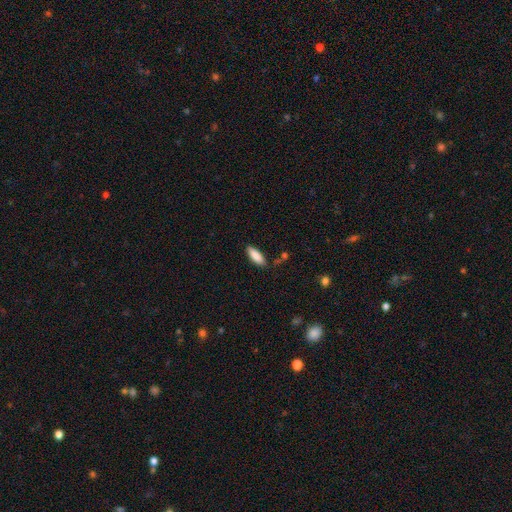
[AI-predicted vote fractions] Smooth or featured? smooth (87%)
How rounded? in between (64%)
Merging? none (82%)